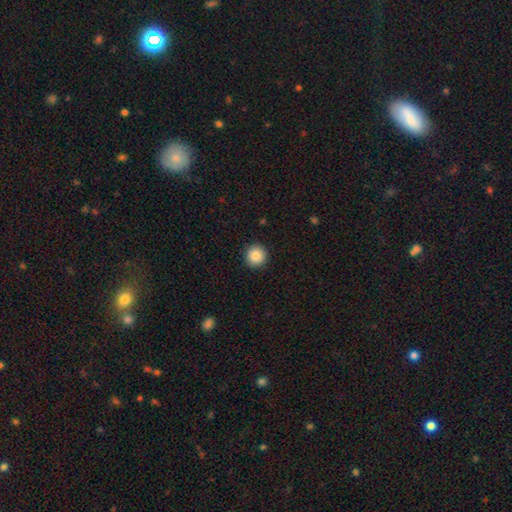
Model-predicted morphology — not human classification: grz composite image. It shows a smooth galaxy with no disk features (87%) that is round (92%). Merging: none (92%).